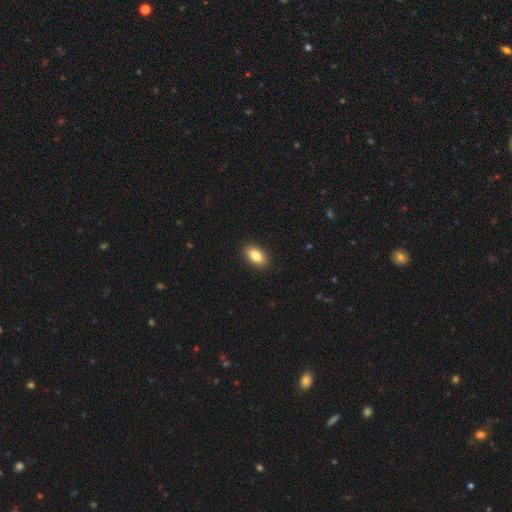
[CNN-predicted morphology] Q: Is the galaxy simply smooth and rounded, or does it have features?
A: smooth — 86%.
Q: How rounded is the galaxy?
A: in between — 92%.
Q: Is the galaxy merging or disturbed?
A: none — 90%.